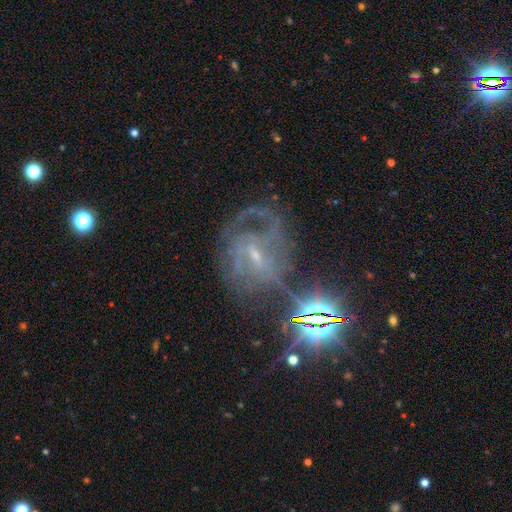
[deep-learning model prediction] Smooth or featured? featured or disk (73%)
Edge-on disk? no (97%)
Bar? weak (49%)
Spiral arms? yes (88%)
Spiral winding? medium (45%)
Spiral arm count? can't tell (35%)
Bulge size? small (75%)
Merging? none (52%)